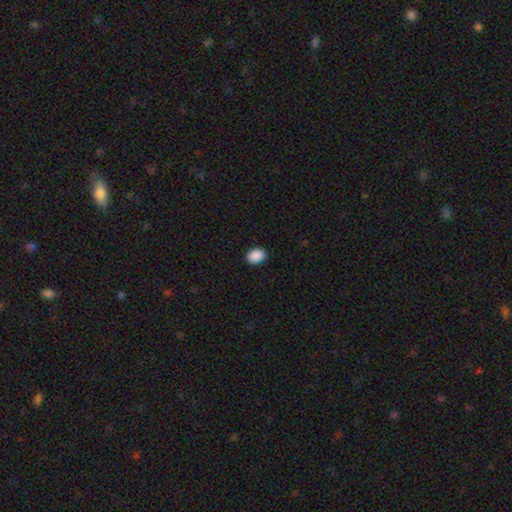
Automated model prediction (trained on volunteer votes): A smooth galaxy with no disk features (90%) that is in between round and cigar-shaped (69%).

Vote fractions:
- Smooth or featured? smooth: 90% / star or artifact: 7% / featured or disk: 2%
- How rounded? in between: 69% / round: 30% / cigar-shaped: 1%
- Merging? none: 89% / minor disturbance: 8% / major disturbance: 2% / merger: 1%